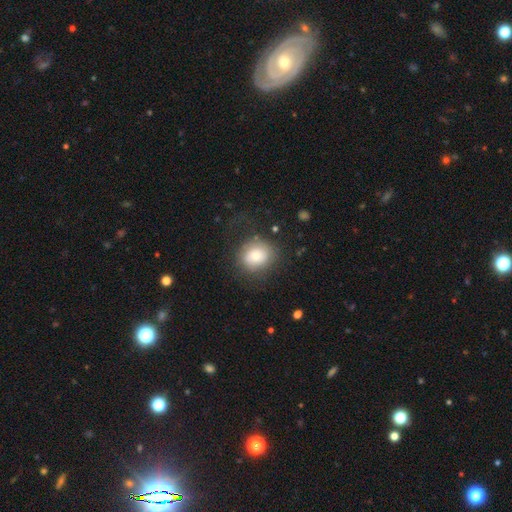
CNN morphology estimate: Smooth or featured?
  - smooth: 67% *
  - featured or disk: 23%
  - star or artifact: 10%
How rounded?
  - round: 73% *
  - in between: 26%
  - cigar-shaped: 1%
Merging?
  - none: 64% *
  - minor disturbance: 18%
  - major disturbance: 16%
  - merger: 2%